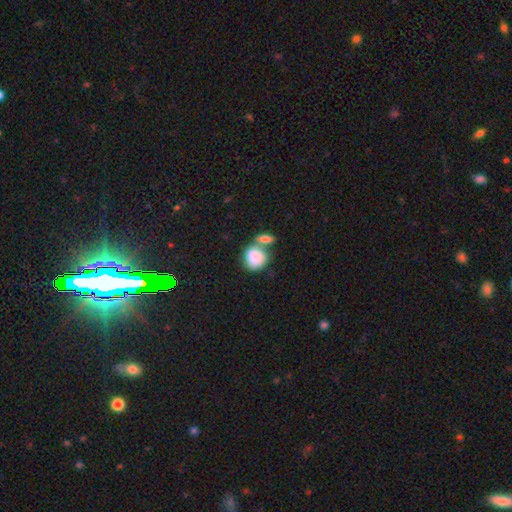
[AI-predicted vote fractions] Smooth or featured? smooth (84%)
How rounded? round (63%)
Merging? merger (50%)